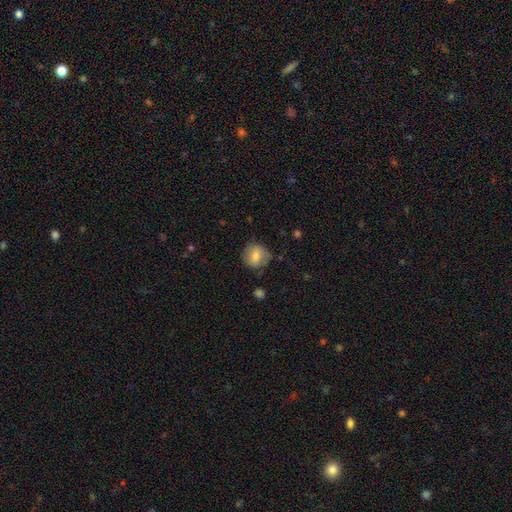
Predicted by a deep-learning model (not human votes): This appears to be a smooth galaxy with no disk features (76%) that is round (80%). Merging: none (73%).